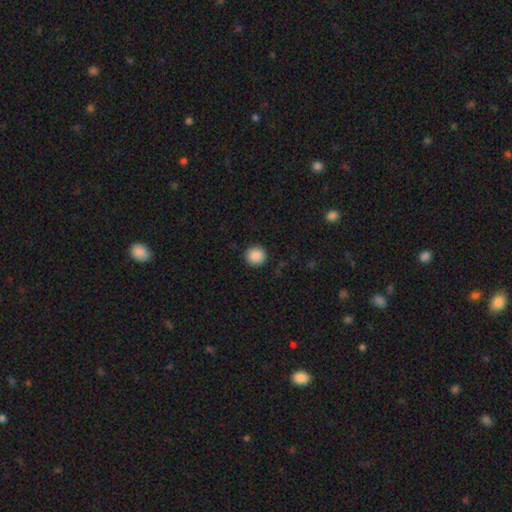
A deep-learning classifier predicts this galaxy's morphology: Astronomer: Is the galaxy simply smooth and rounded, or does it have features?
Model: smooth — 88%.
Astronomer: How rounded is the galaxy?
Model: round — 93%.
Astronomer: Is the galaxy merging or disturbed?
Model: none — 91%.